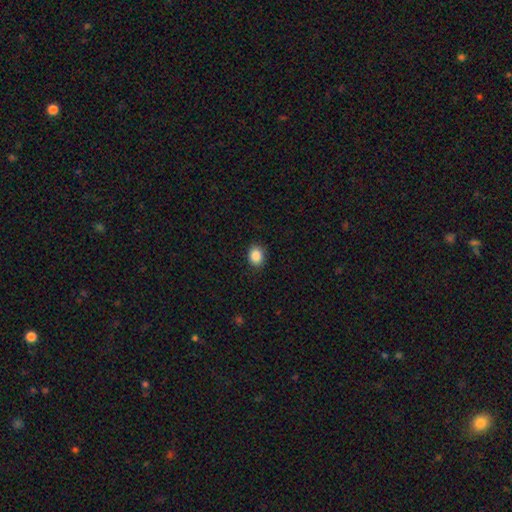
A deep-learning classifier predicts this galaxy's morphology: Smooth or featured: smooth — 88% (star or artifact — 9%)
How rounded: round — 52% (in between — 48%)
Merging: none — 88% (minor disturbance — 9%)